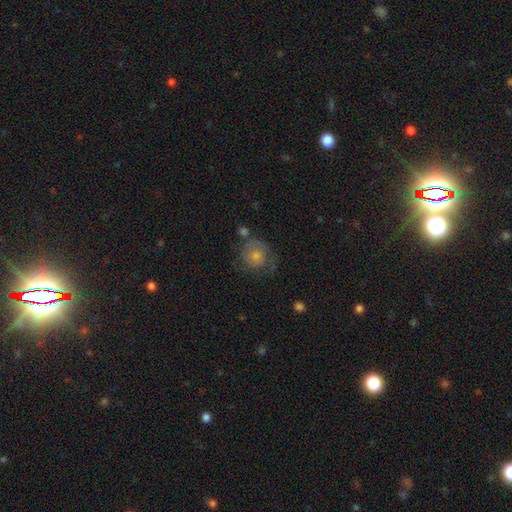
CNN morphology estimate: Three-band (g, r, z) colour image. It shows a featured or disk galaxy (50%). Merging: none (64%).